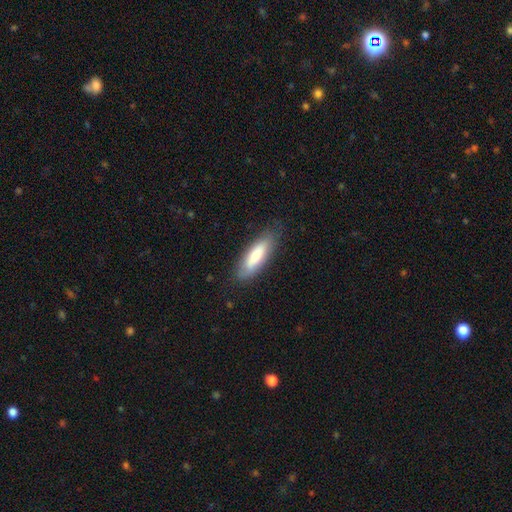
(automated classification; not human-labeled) Smooth or featured?
  - smooth: 77% *
  - featured or disk: 17%
  - star or artifact: 6%
How rounded?
  - in between: 50% *
  - cigar-shaped: 48%
  - round: 2%
Merging?
  - none: 78% *
  - minor disturbance: 17%
  - major disturbance: 4%
  - merger: 1%